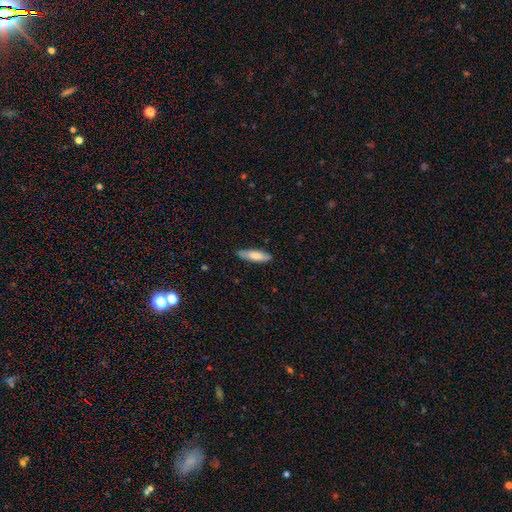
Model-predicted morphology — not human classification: Smooth or featured? smooth (74%)
How rounded? cigar-shaped (60%)
Merging? none (84%)